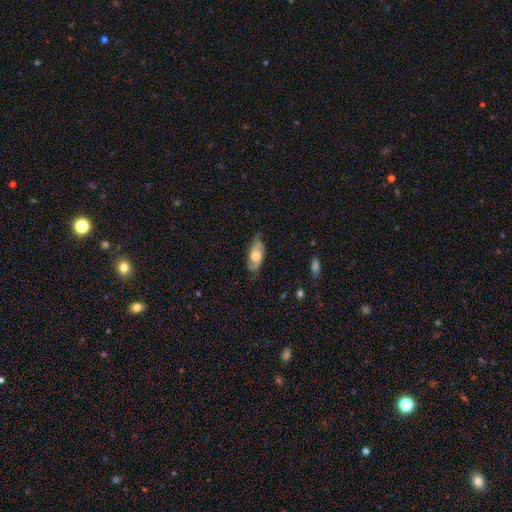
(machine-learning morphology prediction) type=featured or disk (61%); edge-on=no (86%); bar=no (72%); spiral arms=yes (82%); bulge=moderate (58%); merging=none (73%).